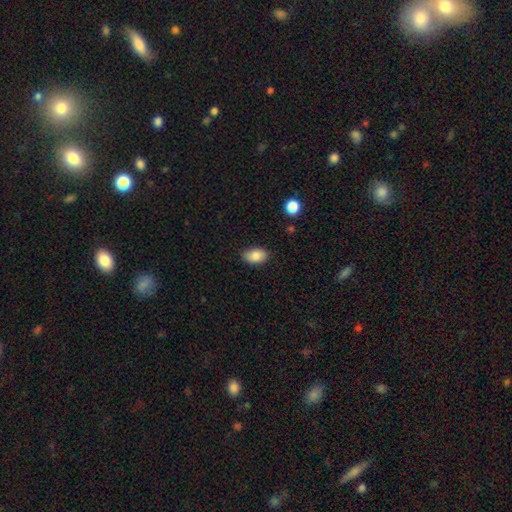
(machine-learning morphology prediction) Smooth or featured? Predicted: smooth (p=0.87). How rounded? Predicted: in between (p=0.86). Merging? Predicted: none (p=0.81).